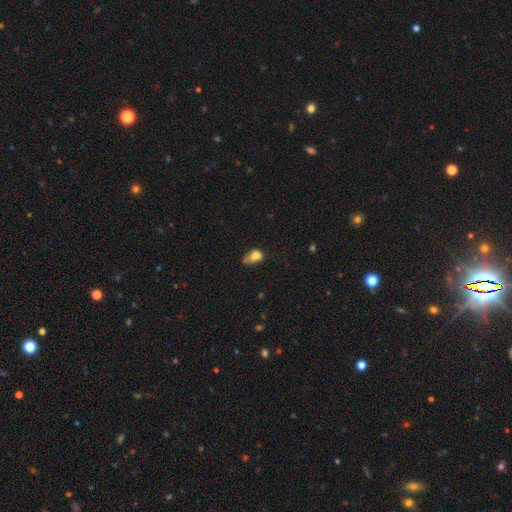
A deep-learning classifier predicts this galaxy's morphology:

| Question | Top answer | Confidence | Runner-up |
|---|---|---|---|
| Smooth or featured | smooth | 72% | featured or disk (16%) |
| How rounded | in between | 74% | round (24%) |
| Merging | minor disturbance | 30% | none (27%) |